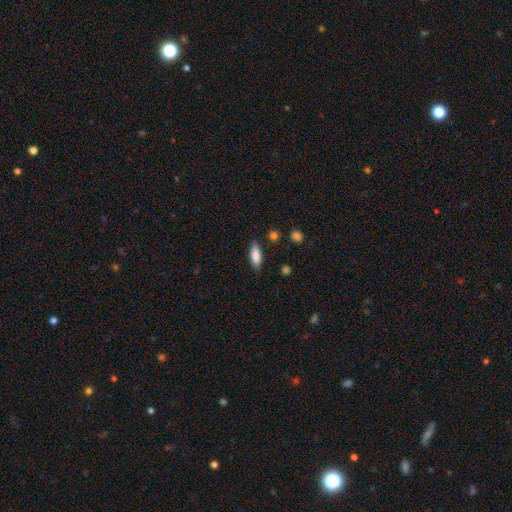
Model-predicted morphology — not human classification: smooth_or_featured: smooth (p=0.86) [alt: featured or disk p=0.08]
how_rounded: in between (p=0.67) [alt: cigar-shaped p=0.31]
merging: none (p=0.85) [alt: minor disturbance p=0.11]